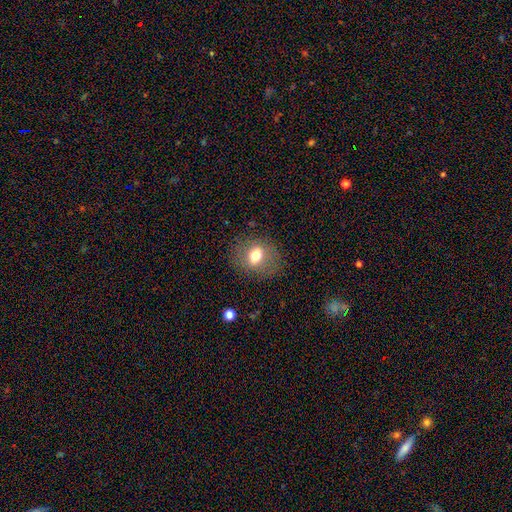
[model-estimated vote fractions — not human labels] This appears to be a smooth galaxy with no disk features (67%) that is round (52%). Merging: none (81%).